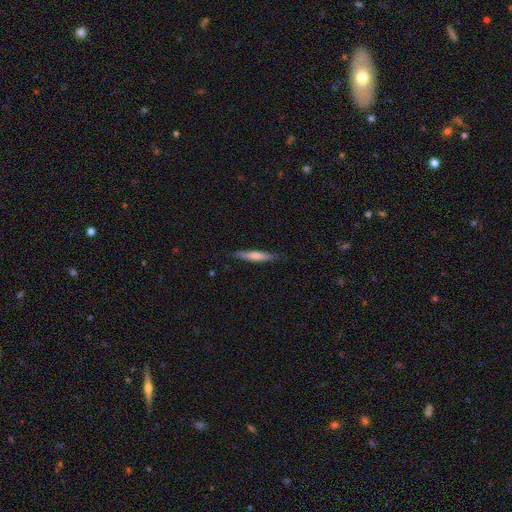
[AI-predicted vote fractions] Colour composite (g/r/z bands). It shows a smooth galaxy with no disk features (63%) that is cigar-shaped (92%). Merging: none (84%).